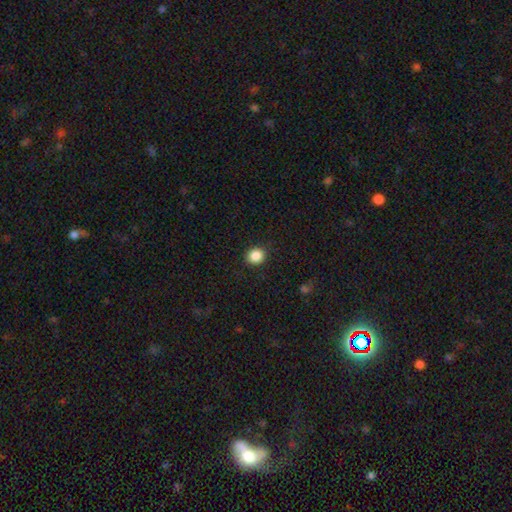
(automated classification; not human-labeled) smooth-or-featured: smooth: 87% | star or artifact: 9% | featured or disk: 3%
  how-rounded: round: 75% | in between: 24% | cigar-shaped: 1%
  merging: none: 88% | minor disturbance: 8% | major disturbance: 3% | merger: 1%